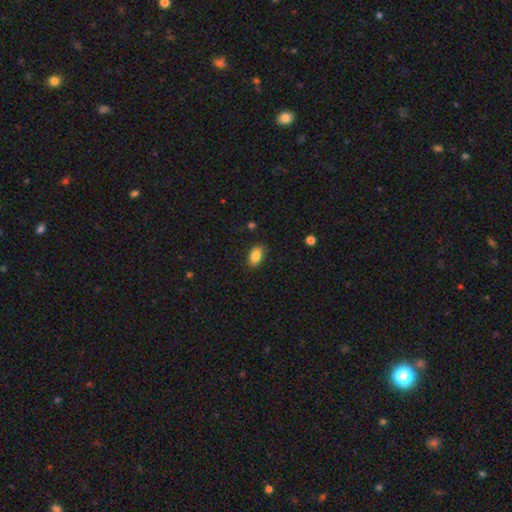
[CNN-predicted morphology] The model was most divided on "merging": none: 85%, minor disturbance: 11%, major disturbance: 2%, merger: 1%. More confident: how rounded — in between (90%); smooth or featured — smooth (87%).